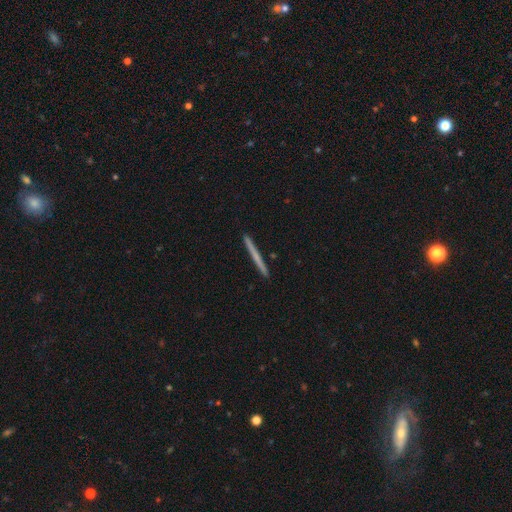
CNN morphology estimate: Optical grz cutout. It shows a smooth galaxy with no disk features (51%) that is cigar-shaped (97%). Merging: none (93%).